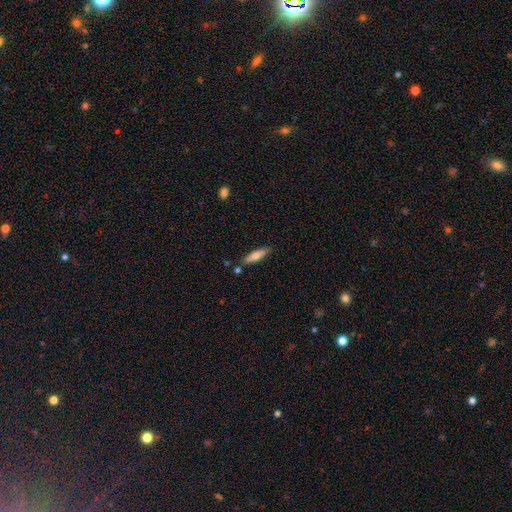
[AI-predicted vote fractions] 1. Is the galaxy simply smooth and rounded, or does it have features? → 63% smooth, 31% featured or disk, 6% star or artifact.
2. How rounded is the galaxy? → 67% cigar-shaped, 31% in between, 2% round.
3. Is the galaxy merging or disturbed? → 80% none, 12% minor disturbance, 6% merger, 2% major disturbance.